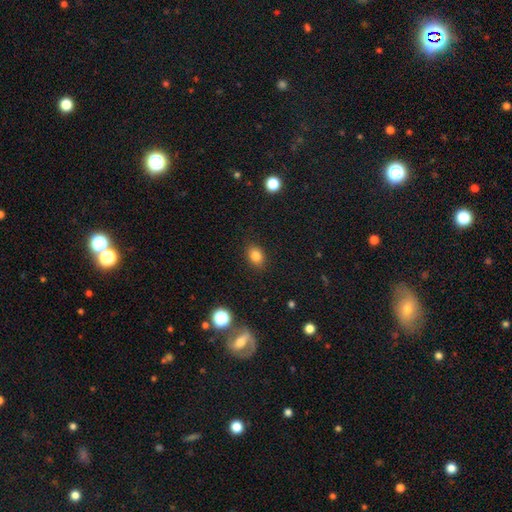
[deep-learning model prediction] smooth-or-featured: smooth: 82% | star or artifact: 12% | featured or disk: 6%
  how-rounded: in between: 61% | round: 38% | cigar-shaped: 1%
  merging: none: 88% | minor disturbance: 9% | major disturbance: 2% | merger: 1%